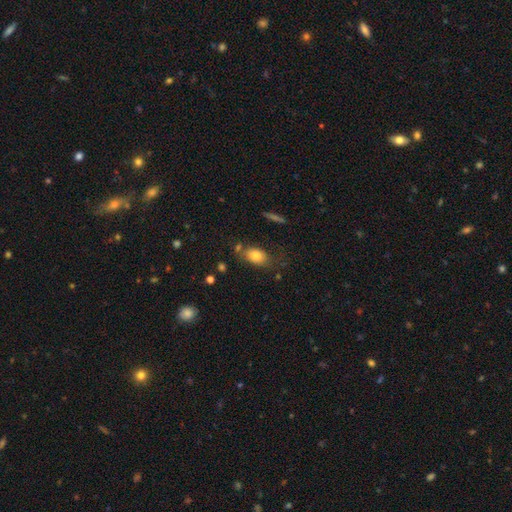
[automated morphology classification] Smooth or featured: smooth — 79% (featured or disk — 12%)
How rounded: in between — 84% (round — 13%)
Merging: none — 64% (minor disturbance — 20%)